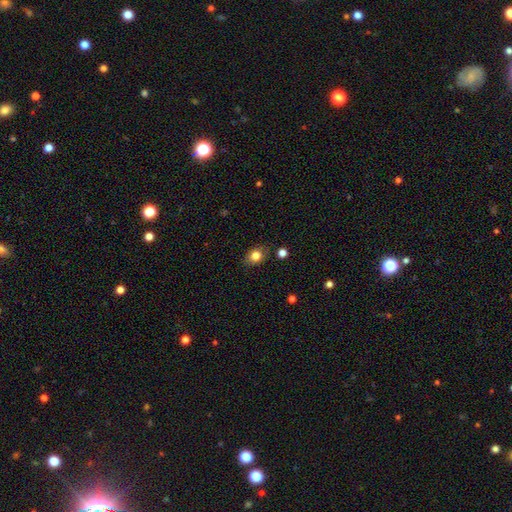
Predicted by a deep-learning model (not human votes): A smooth galaxy with no disk features (81%) that is in between round and cigar-shaped (56%). Merging: none (82%).